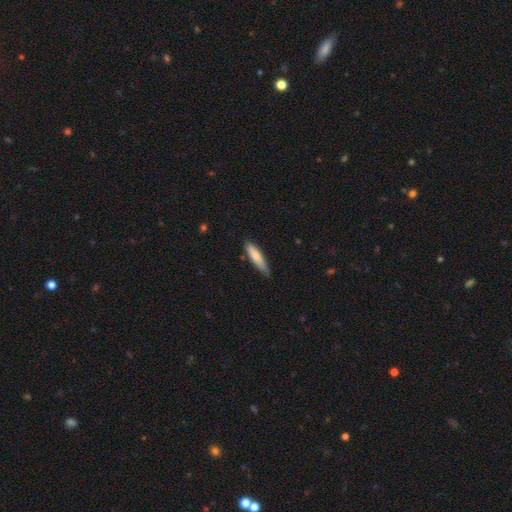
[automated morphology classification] Overall: smooth (77%). How rounded: cigar-shaped (76%). Merging: none (73%).